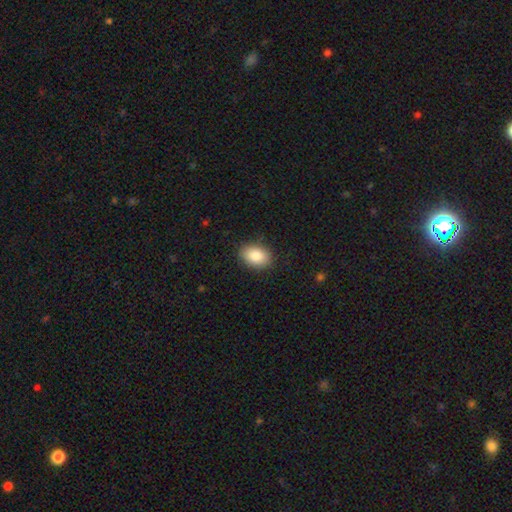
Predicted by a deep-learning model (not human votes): This appears to be a smooth galaxy with no disk features (87%) that is in between round and cigar-shaped (82%). Merging: none (87%).